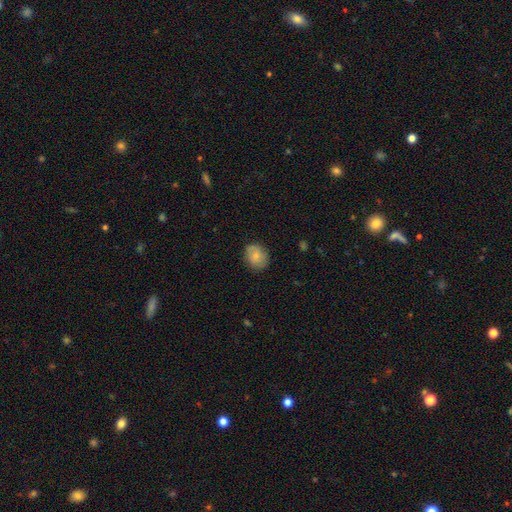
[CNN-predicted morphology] A smooth galaxy with no disk features (71%) that is round (53%).

Vote fractions:
- Smooth or featured? smooth: 71% / featured or disk: 22% / star or artifact: 8%
- How rounded? round: 53% / in between: 46% / cigar-shaped: 1%
- Merging? none: 78% / minor disturbance: 17% / major disturbance: 4% / merger: 1%